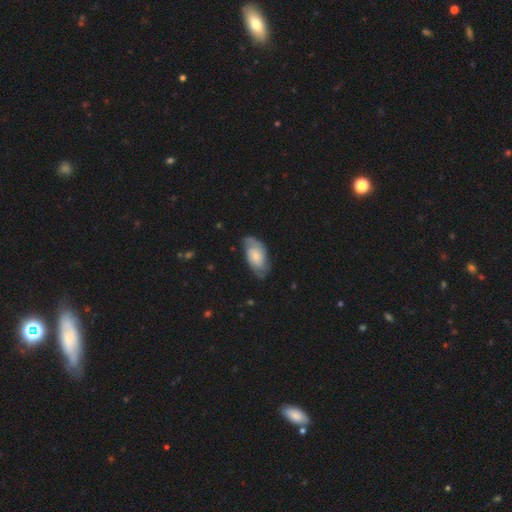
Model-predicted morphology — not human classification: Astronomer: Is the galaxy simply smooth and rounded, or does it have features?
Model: smooth — 51% (runner-up: featured or disk, 43%).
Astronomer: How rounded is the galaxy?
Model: in between — 93%.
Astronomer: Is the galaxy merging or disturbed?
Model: none — 68%.